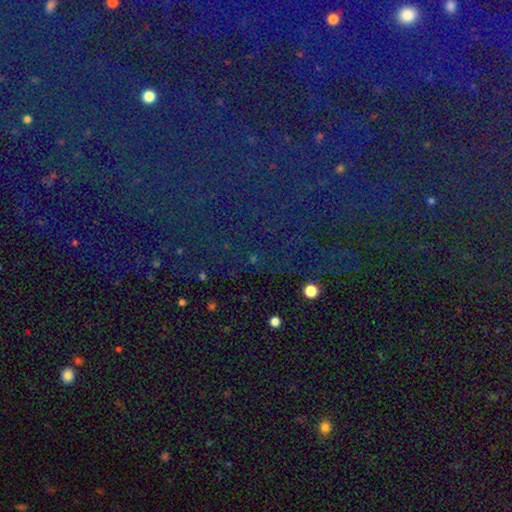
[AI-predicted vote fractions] A star or artifact, not a galaxy (85%).